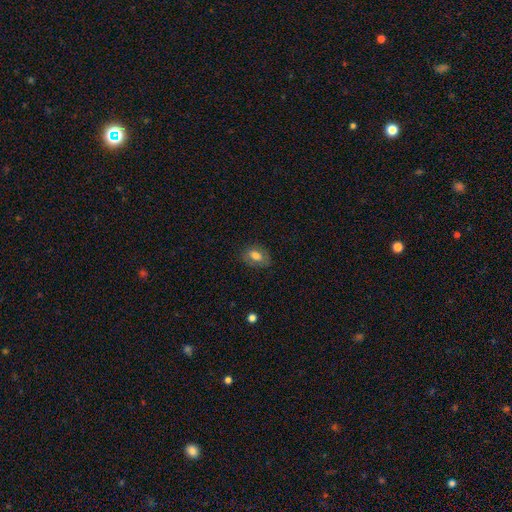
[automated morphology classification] This is likely a smooth galaxy (71%). How rounded: clearly in between (82%). Merging: likely none (77%).